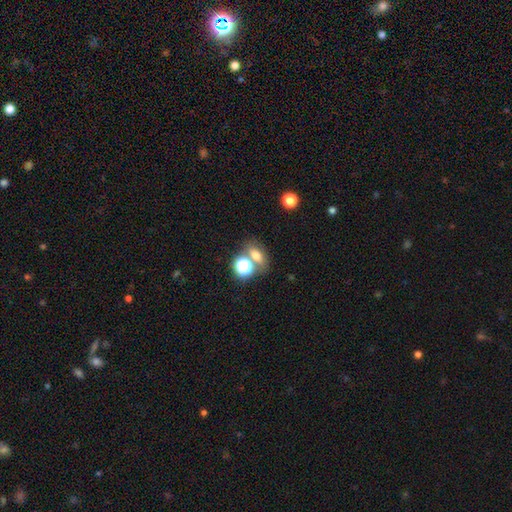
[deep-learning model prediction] Smooth or featured: smooth — 64% (star or artifact — 22%)
How rounded: in between — 64% (round — 32%)
Merging: none — 55% (merger — 28%)